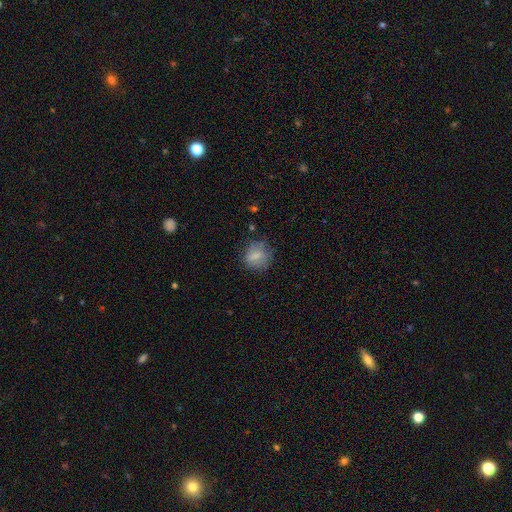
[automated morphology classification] smooth_or_featured: smooth (p=0.72) [alt: featured or disk p=0.19]
how_rounded: round (p=0.73) [alt: in between p=0.26]
merging: none (p=0.69) [alt: minor disturbance p=0.21]